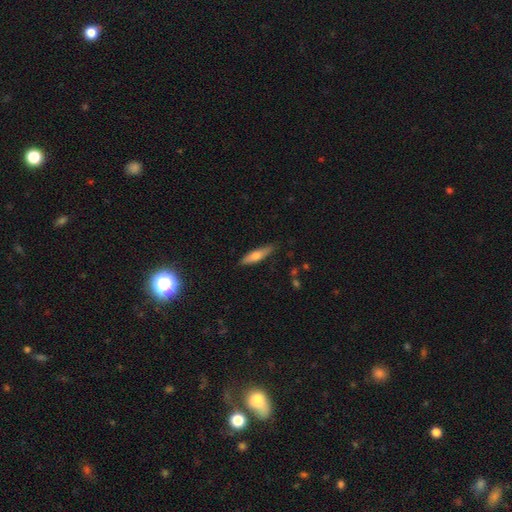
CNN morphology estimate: smooth-or-featured: smooth: 61% | featured or disk: 33% | star or artifact: 6%
  how-rounded: cigar-shaped: 74% | in between: 24% | round: 2%
  merging: none: 83% | minor disturbance: 13% | major disturbance: 2% | merger: 1%